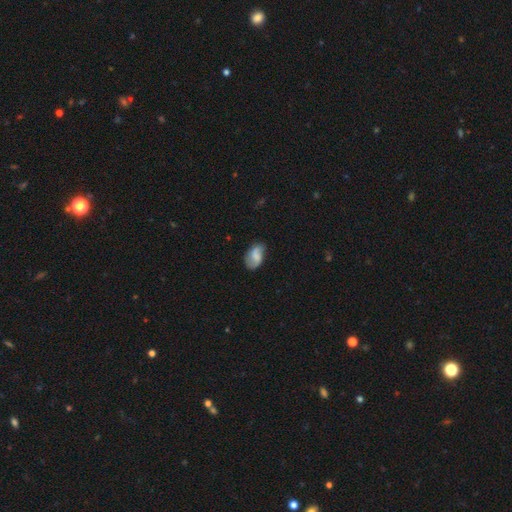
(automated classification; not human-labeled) Morphology: type=smooth (57%); roundness=in between (89%); merging=none (62%).